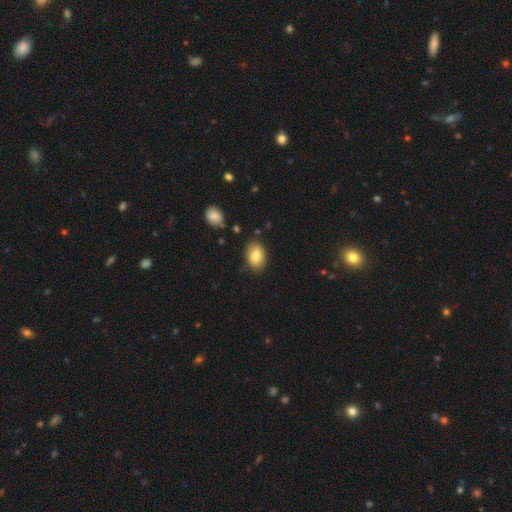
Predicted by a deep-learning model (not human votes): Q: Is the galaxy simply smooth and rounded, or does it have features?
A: smooth — 84%.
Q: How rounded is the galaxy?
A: in between — 83%.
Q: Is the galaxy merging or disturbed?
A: none — 83%.